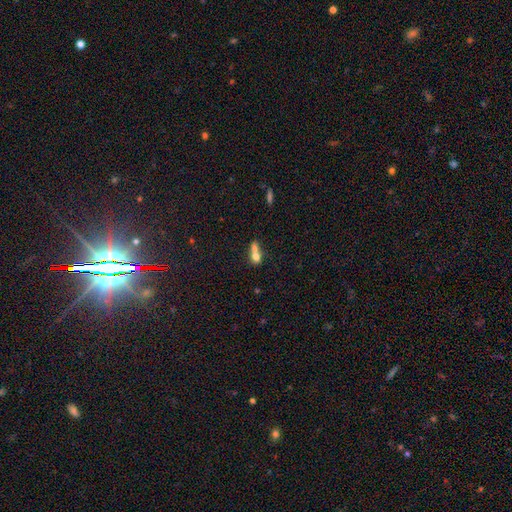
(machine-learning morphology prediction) A smooth galaxy with no disk features (67%) that is in between round and cigar-shaped (49%).

Vote fractions:
- Smooth or featured? smooth: 67% / featured or disk: 21% / star or artifact: 12%
- How rounded? in between: 49% / round: 39% / cigar-shaped: 13%
- Merging? merger: 62% / none: 22% / minor disturbance: 9% / major disturbance: 7%